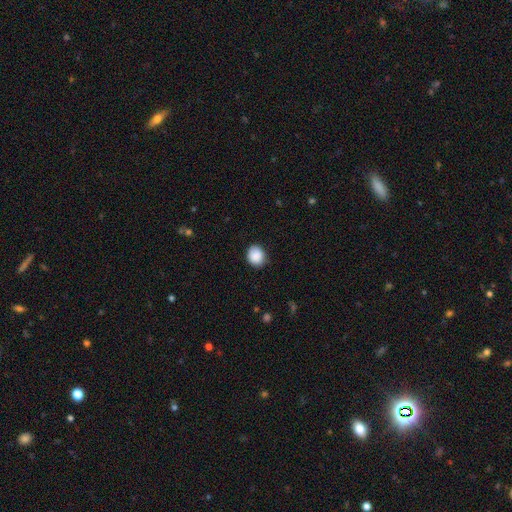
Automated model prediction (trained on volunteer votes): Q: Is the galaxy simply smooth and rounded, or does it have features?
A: smooth — 89%.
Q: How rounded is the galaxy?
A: round — 66%.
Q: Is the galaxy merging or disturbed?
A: none — 82%.